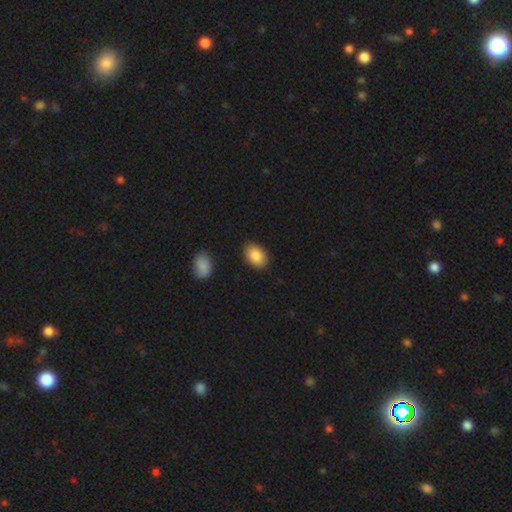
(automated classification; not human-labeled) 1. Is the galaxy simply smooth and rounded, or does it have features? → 86% smooth, 7% star or artifact, 7% featured or disk.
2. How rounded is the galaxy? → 86% in between, 13% round, 1% cigar-shaped.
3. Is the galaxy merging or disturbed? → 86% none, 10% minor disturbance, 2% major disturbance, 2% merger.